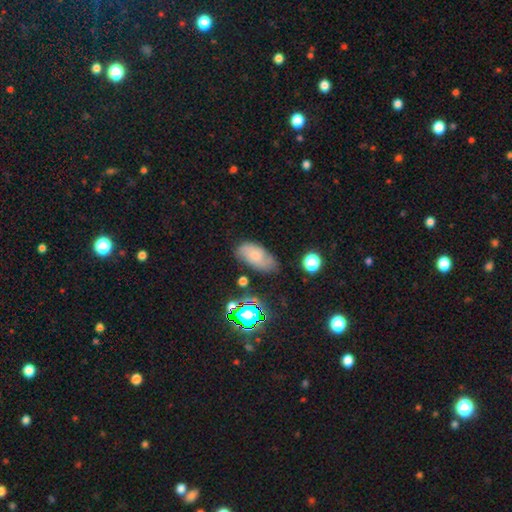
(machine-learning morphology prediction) Q: Smooth or featured?
A: smooth (56%); runner-up: featured or disk (32%)
Q: How rounded?
A: in between (91%); runner-up: round (5%)
Q: Merging?
A: none (62%); runner-up: minor disturbance (26%)